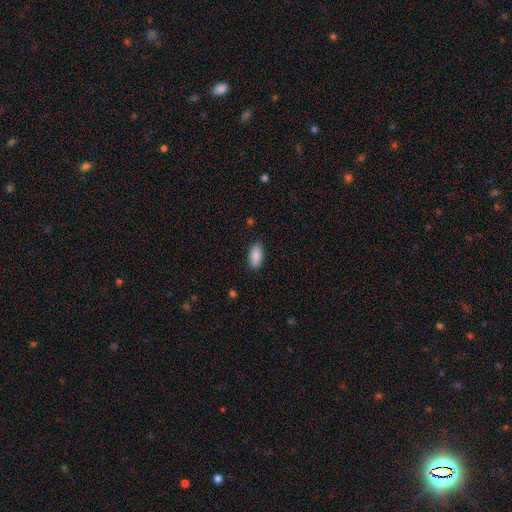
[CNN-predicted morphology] Overall: smooth (89%). How rounded: in between (90%). Merging: none (86%).